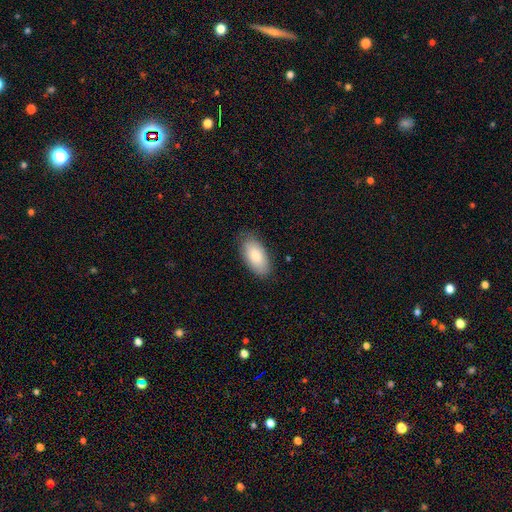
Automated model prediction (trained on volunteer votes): Smooth or featured: smooth — 83% (featured or disk — 11%)
How rounded: in between — 94% (cigar-shaped — 4%)
Merging: none — 82% (minor disturbance — 14%)